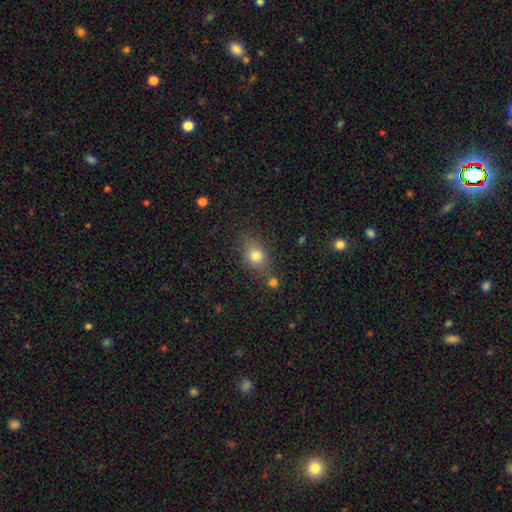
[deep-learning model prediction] Smooth or featured? Predicted: smooth (p=0.78). How rounded? Predicted: in between (p=0.58). Merging? Predicted: none (p=0.66).